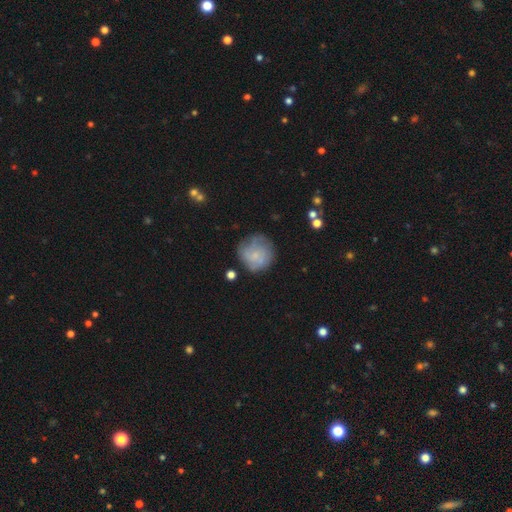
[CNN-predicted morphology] Q: Smooth or featured?
A: featured or disk (47%); runner-up: smooth (44%)
Q: Merging?
A: none (69%); runner-up: minor disturbance (19%)